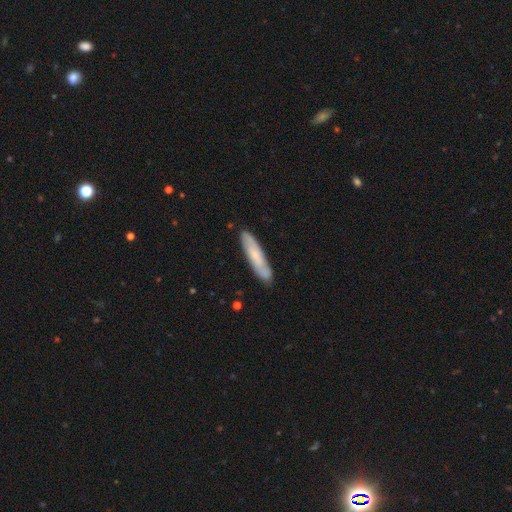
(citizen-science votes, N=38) Smooth or featured? smooth (58%)
How rounded? cigar-shaped (91%)
Merging? none (81%)